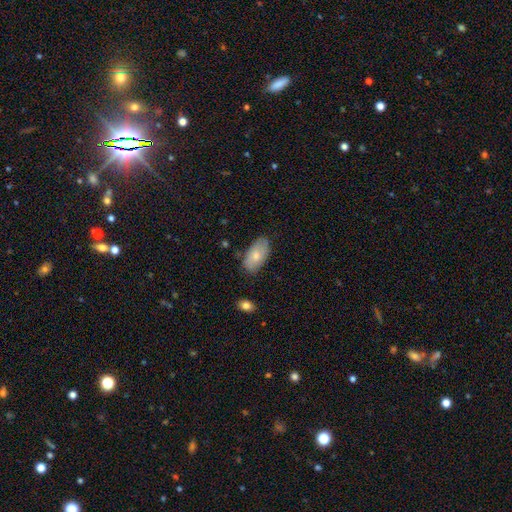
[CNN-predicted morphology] smooth_or_featured: smooth (p=0.69) [alt: featured or disk p=0.25]
how_rounded: in between (p=0.94) [alt: round p=0.04]
merging: none (p=0.76) [alt: minor disturbance p=0.19]